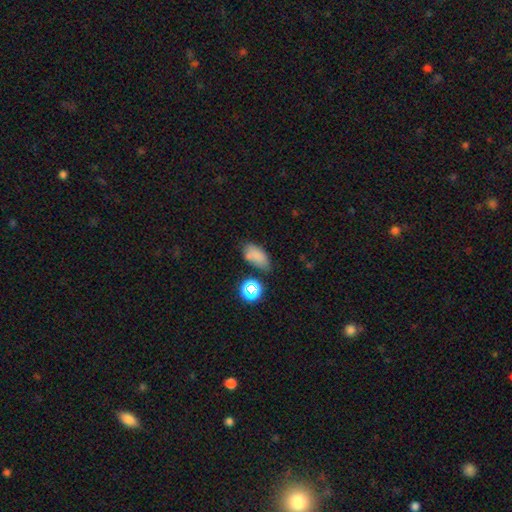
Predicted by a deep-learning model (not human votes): smooth 76%, star or artifact 15%, featured or disk 9%. Down the decision tree: how rounded — in between (86%); merging — none (61%).